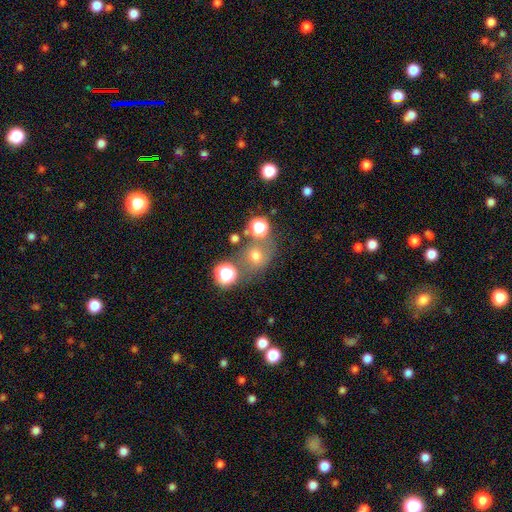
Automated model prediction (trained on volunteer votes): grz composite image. It shows a smooth galaxy with no disk features (63%) that is round (74%). Merging: none (64%).